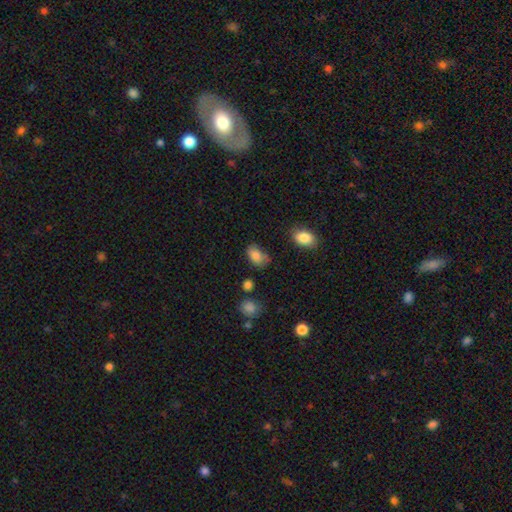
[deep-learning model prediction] This is clearly a smooth galaxy (83%). How rounded: clearly in between (88%). Merging: possibly none (57%).